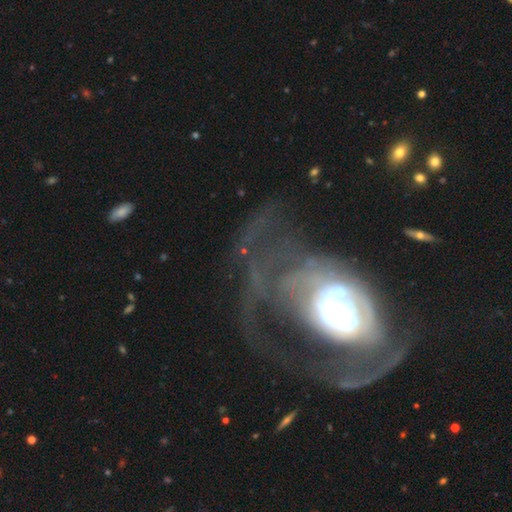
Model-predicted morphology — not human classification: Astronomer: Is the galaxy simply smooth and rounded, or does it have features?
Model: featured or disk — 74%.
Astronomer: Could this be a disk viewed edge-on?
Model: no — 96%.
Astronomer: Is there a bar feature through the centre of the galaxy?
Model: no — 67%.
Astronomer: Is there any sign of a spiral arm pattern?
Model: yes — 60% (runner-up: no, 40%).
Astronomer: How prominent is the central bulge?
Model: moderate — 44% (runner-up: large, 33%).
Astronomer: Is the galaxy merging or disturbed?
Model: major disturbance — 52% (runner-up: none, 28%).